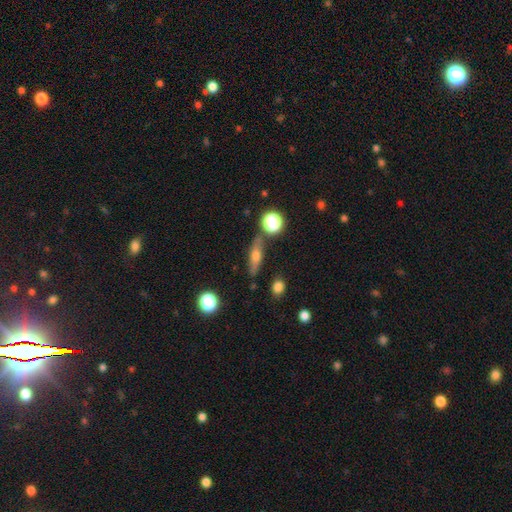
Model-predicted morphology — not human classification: smooth 46%, featured or disk 43%, star or artifact 11%. Down the decision tree: merging — none (79%).